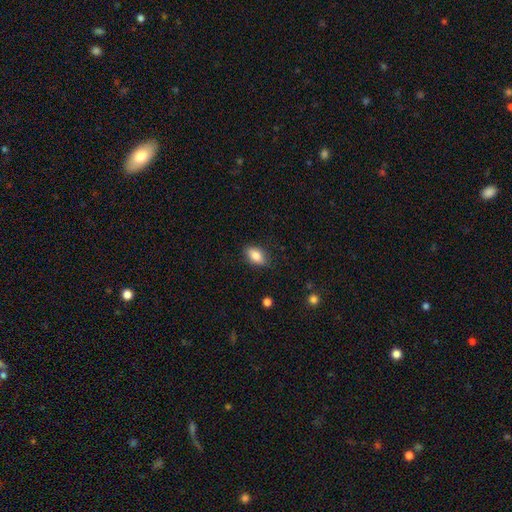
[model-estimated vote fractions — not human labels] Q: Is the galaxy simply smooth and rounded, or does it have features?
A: smooth — 81%.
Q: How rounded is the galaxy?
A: in between — 88%.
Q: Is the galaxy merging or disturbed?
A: none — 84%.